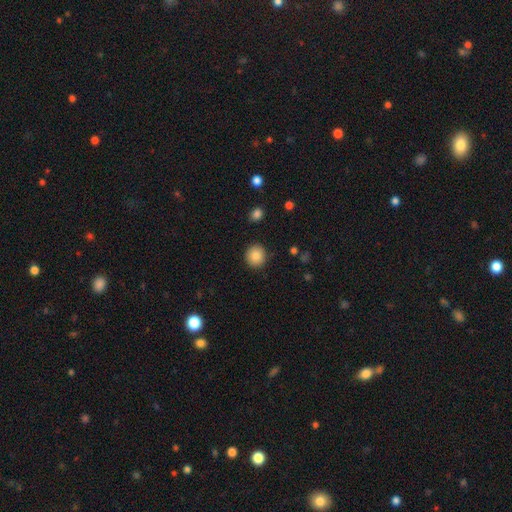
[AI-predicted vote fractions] A smooth galaxy with no disk features (87%) that is round (88%).

Vote fractions:
- Smooth or featured? smooth: 87% / star or artifact: 9% / featured or disk: 4%
- How rounded? round: 88% / in between: 11% / cigar-shaped: 1%
- Merging? none: 90% / minor disturbance: 7% / major disturbance: 2% / merger: 1%